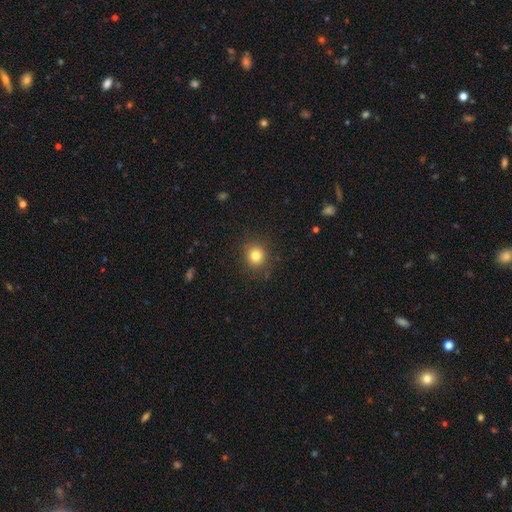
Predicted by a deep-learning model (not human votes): This is clearly a smooth galaxy (82%). How rounded: clearly round (89%). Merging: clearly none (89%).